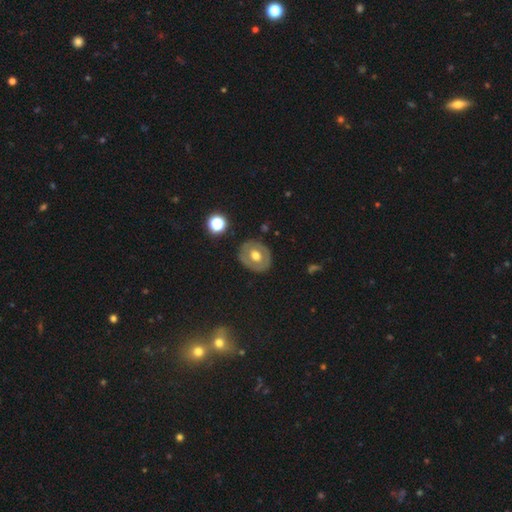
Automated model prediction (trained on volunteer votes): The model was most divided on "smooth or featured": featured or disk: 49%, smooth: 44%, star or artifact: 7%. More confident: merging — none (83%).